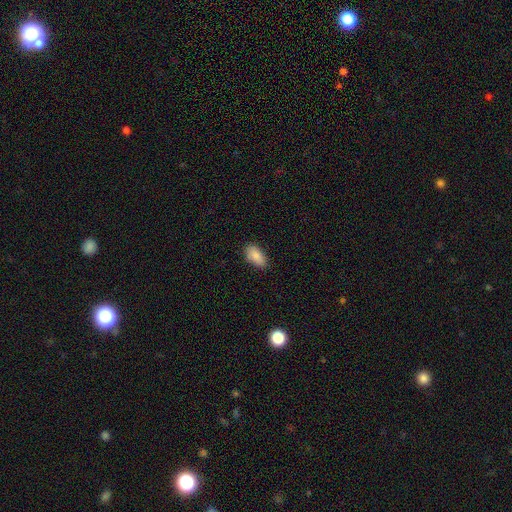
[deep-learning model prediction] Smooth or featured: smooth — 83% (featured or disk — 10%)
How rounded: in between — 93% (round — 4%)
Merging: none — 83% (minor disturbance — 14%)